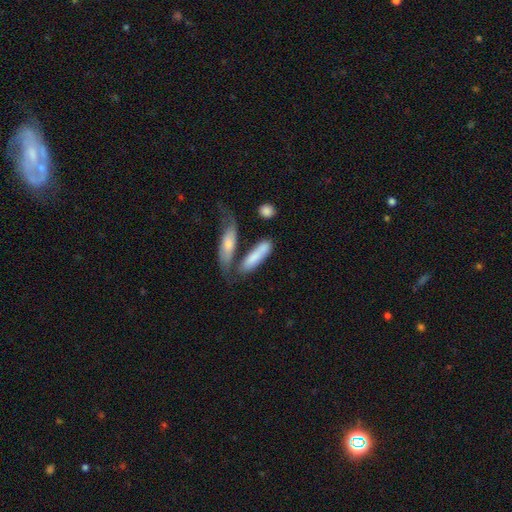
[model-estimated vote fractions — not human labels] This appears to be a smooth galaxy with no disk features (72%) that is cigar-shaped (62%). Merging: none (41%).